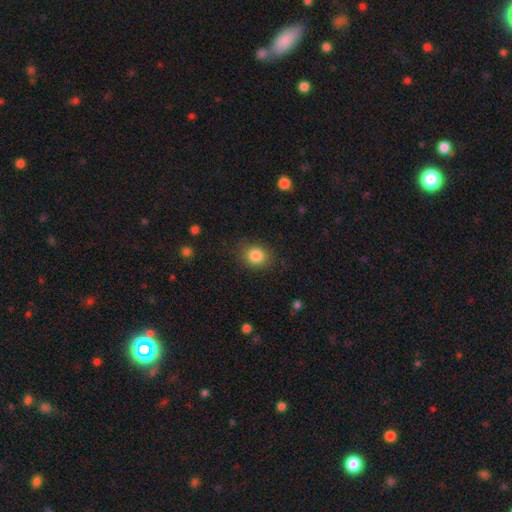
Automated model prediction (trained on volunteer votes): A smooth galaxy with no disk features (84%) that is round (65%). Merging: none (81%).